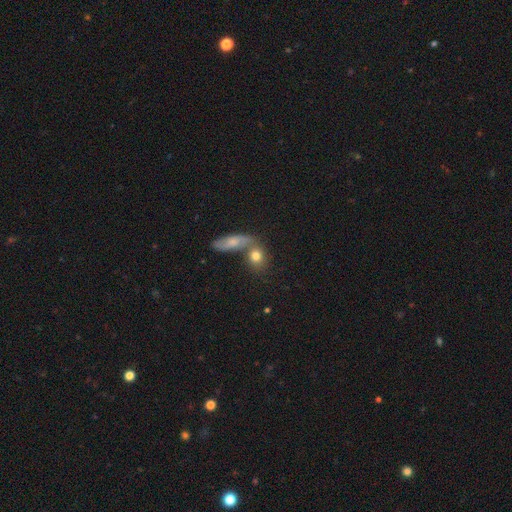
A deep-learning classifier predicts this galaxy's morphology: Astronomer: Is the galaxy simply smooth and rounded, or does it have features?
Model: smooth — 76%.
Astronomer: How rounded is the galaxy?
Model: round — 57% (runner-up: in between, 37%).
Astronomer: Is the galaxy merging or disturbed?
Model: none — 47% (runner-up: merger, 38%).